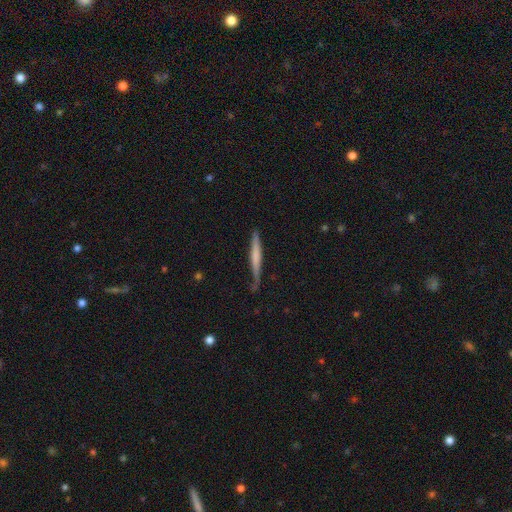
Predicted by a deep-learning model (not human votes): smooth_or_featured: smooth (p=0.52) [alt: featured or disk p=0.43]
how_rounded: cigar-shaped (p=0.96) [alt: in between p=0.03]
merging: none (p=0.74) [alt: minor disturbance p=0.20]